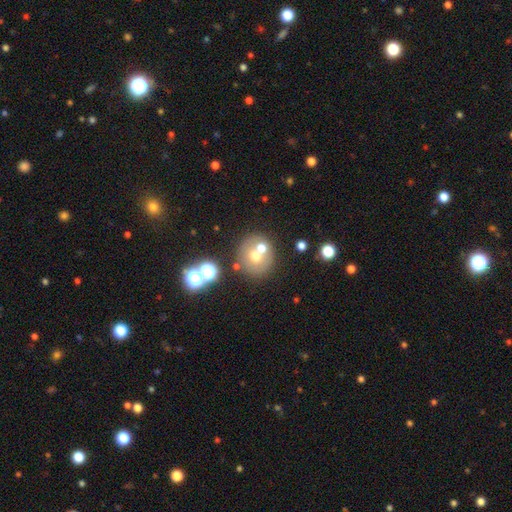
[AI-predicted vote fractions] This appears to be a smooth galaxy with no disk features (58%) that is round (87%). Merging: none (55%).